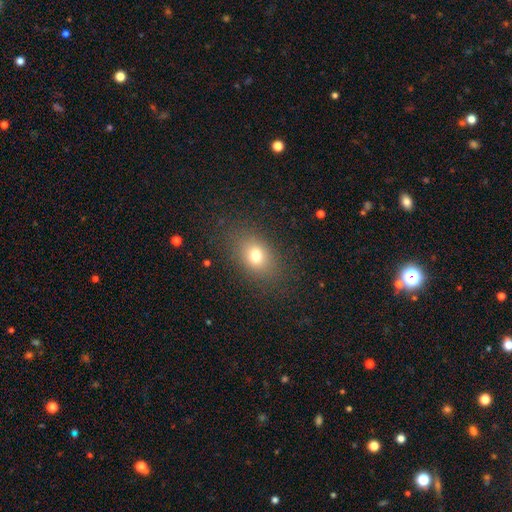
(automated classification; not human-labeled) A smooth galaxy with no disk features (75%) that is in between round and cigar-shaped (67%).

Vote fractions:
- Smooth or featured? smooth: 75% / star or artifact: 14% / featured or disk: 11%
- How rounded? in between: 67% / round: 31% / cigar-shaped: 2%
- Merging? none: 83% / minor disturbance: 11% / major disturbance: 5% / merger: 1%